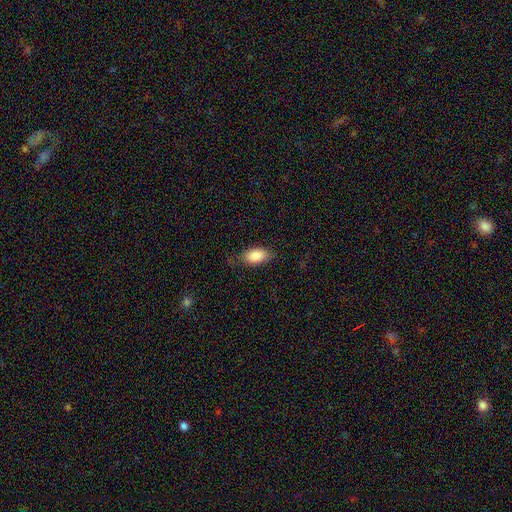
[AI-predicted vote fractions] This appears to be a smooth galaxy with no disk features (86%) that is in between round and cigar-shaped (92%). Merging: none (72%).